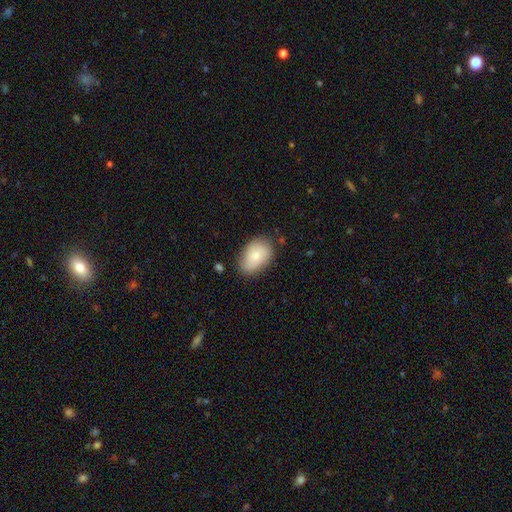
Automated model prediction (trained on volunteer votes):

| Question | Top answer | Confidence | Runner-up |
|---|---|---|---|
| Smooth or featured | smooth | 77% | featured or disk (16%) |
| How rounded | in between | 88% | round (11%) |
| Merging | none | 75% | minor disturbance (19%) |